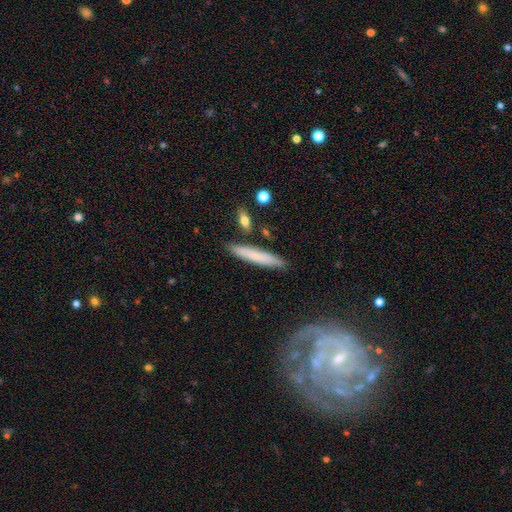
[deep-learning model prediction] This is likely a smooth galaxy (71%). How rounded: clearly cigar-shaped (92%). Merging: clearly none (84%).